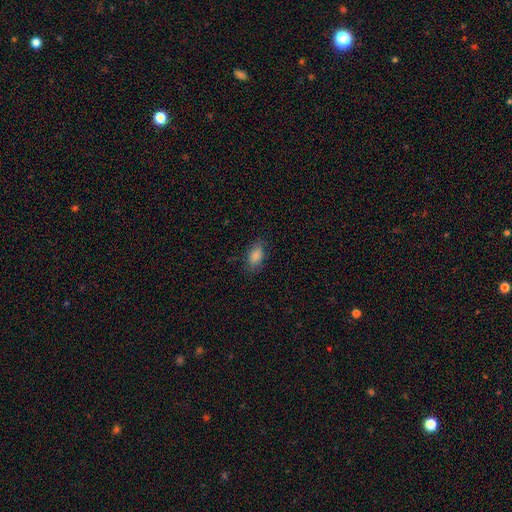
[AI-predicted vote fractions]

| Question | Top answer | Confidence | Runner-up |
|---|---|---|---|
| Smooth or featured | smooth | 86% | star or artifact (8%) |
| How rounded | in between | 90% | round (7%) |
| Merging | none | 78% | minor disturbance (16%) |